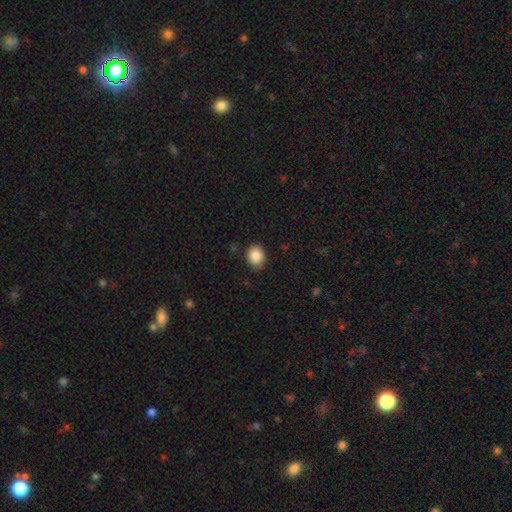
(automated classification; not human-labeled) A smooth galaxy with no disk features (87%) that is round (64%).

Vote fractions:
- Smooth or featured? smooth: 87% / star or artifact: 9% / featured or disk: 4%
- How rounded? round: 64% / in between: 35% / cigar-shaped: 1%
- Merging? none: 86% / minor disturbance: 10% / major disturbance: 2% / merger: 1%